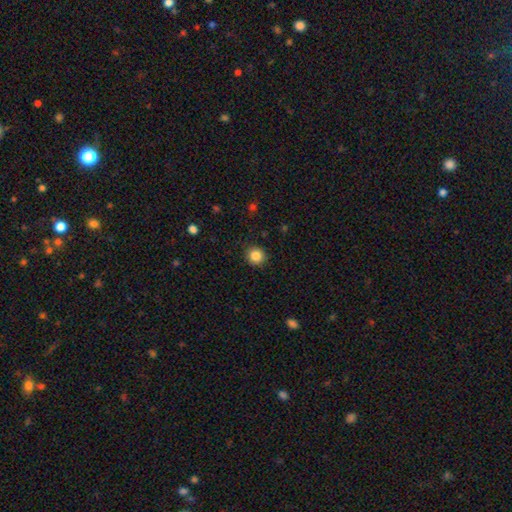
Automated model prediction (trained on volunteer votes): A smooth galaxy with no disk features (86%) that is round (92%). Merging: none (90%).